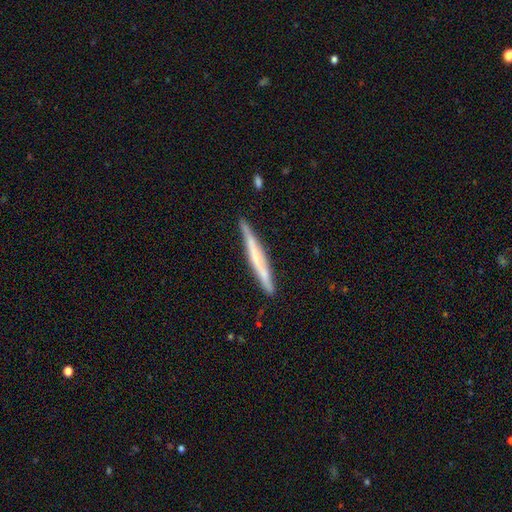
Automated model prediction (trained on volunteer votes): smooth_or_featured: featured or disk (p=0.52) [alt: smooth p=0.42]
disk_edge_on: yes (p=0.95) [alt: no p=0.05]
merging: none (p=0.85) [alt: minor disturbance p=0.12]